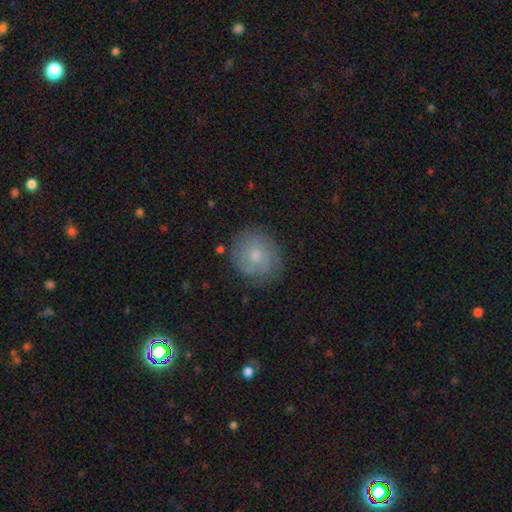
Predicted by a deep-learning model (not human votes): The model was most divided on "smooth or featured": smooth: 47%, featured or disk: 45%, star or artifact: 8%. More confident: merging — none (78%).